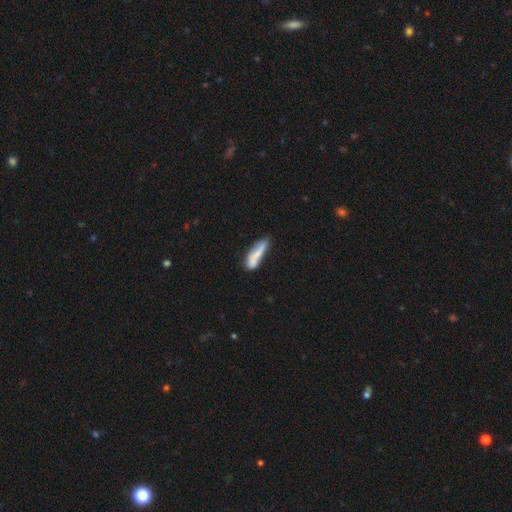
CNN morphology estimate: Smooth or featured? smooth (70%)
How rounded? cigar-shaped (67%)
Merging? none (52%)